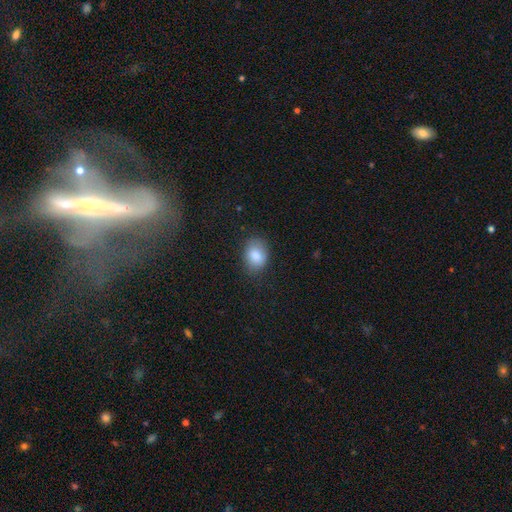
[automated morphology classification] type=smooth (85%); roundness=in between (71%); merging=none (75%).